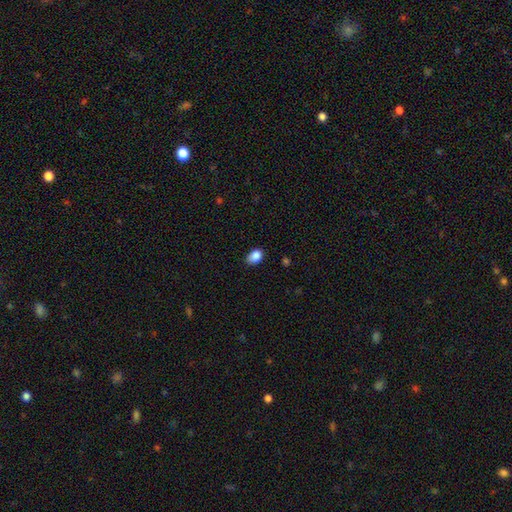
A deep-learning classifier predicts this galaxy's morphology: A smooth galaxy with no disk features (87%) that is in between round and cigar-shaped (79%).

Vote fractions:
- Smooth or featured? smooth: 87% / star or artifact: 9% / featured or disk: 5%
- How rounded? in between: 79% / round: 20% / cigar-shaped: 1%
- Merging? none: 74% / minor disturbance: 21% / major disturbance: 3% / merger: 1%